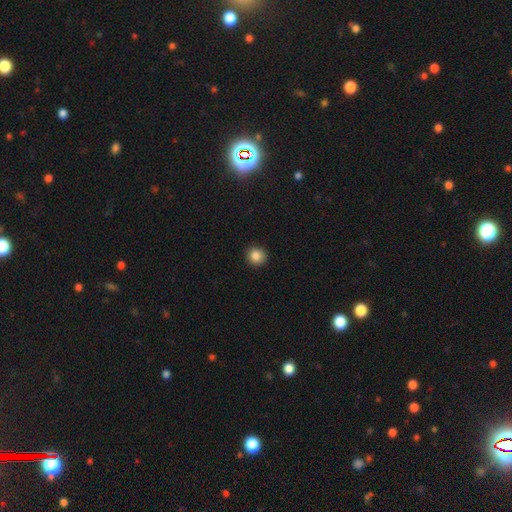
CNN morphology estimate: A smooth galaxy with no disk features (86%) that is round (89%). Merging: none (90%).